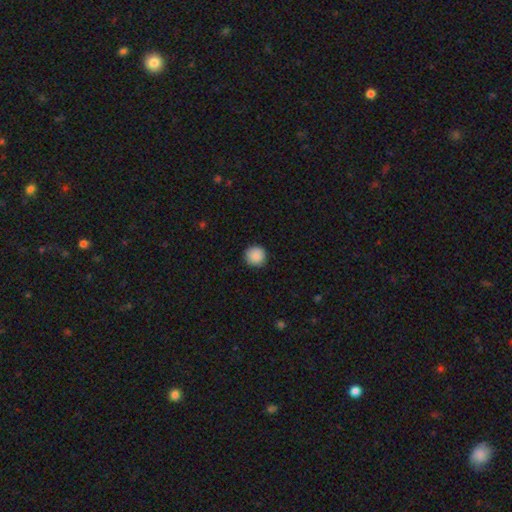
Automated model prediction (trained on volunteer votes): smooth_or_featured: smooth (p=0.89) [alt: star or artifact p=0.08]
how_rounded: round (p=0.96) [alt: in between p=0.03]
merging: none (p=0.92) [alt: minor disturbance p=0.06]